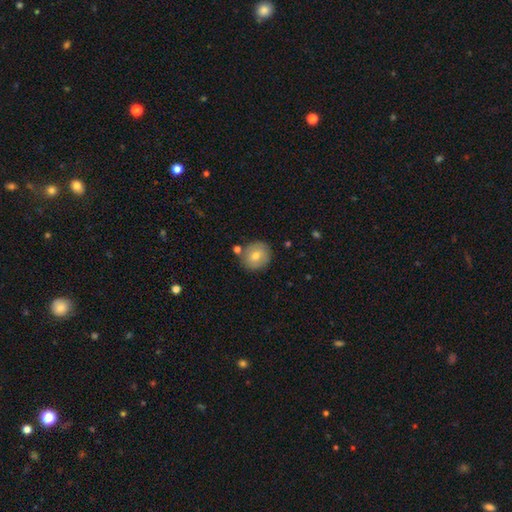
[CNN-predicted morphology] Overall: smooth (72%). How rounded: round (87%). Merging: none (81%).